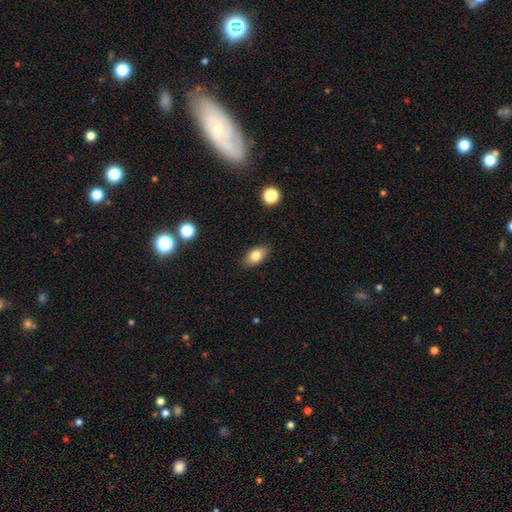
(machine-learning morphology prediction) smooth_or_featured: smooth (p=0.81) [alt: featured or disk p=0.11]
how_rounded: in between (p=0.89) [alt: round p=0.08]
merging: none (p=0.88) [alt: minor disturbance p=0.09]